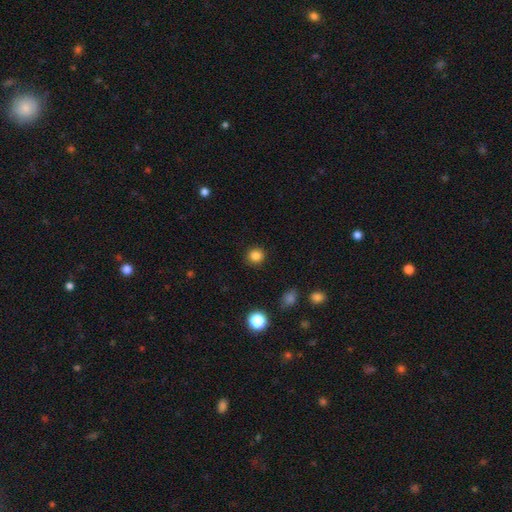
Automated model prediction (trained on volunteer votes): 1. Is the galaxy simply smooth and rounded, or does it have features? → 84% smooth, 12% star or artifact, 4% featured or disk.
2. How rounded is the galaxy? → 90% round, 10% in between, 1% cigar-shaped.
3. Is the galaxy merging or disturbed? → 91% none, 6% minor disturbance, 2% major disturbance, 1% merger.